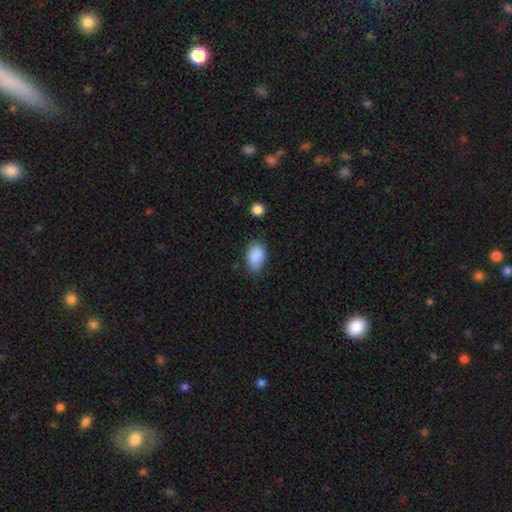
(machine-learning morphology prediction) Q: Smooth or featured?
A: smooth (88%); runner-up: star or artifact (7%)
Q: How rounded?
A: in between (86%); runner-up: round (13%)
Q: Merging?
A: none (68%); runner-up: minor disturbance (25%)